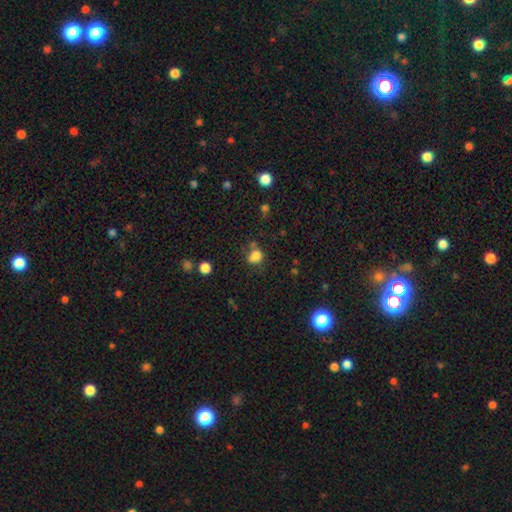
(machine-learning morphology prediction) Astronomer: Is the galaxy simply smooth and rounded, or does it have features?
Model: smooth — 76%.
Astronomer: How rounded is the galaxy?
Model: round — 60% (runner-up: in between, 39%).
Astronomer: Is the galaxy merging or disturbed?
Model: none — 47% (runner-up: minor disturbance, 22%).